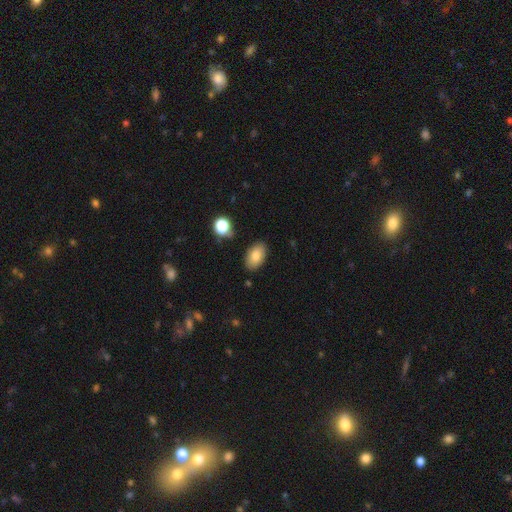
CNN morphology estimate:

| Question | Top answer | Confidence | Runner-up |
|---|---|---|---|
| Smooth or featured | smooth | 82% | featured or disk (10%) |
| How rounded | in between | 92% | round (6%) |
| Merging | none | 84% | minor disturbance (11%) |